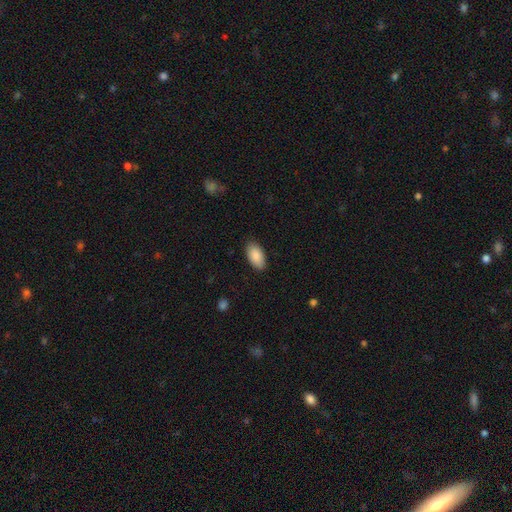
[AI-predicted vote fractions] A smooth galaxy with no disk features (89%) that is in between round and cigar-shaped (95%). Merging: none (86%).